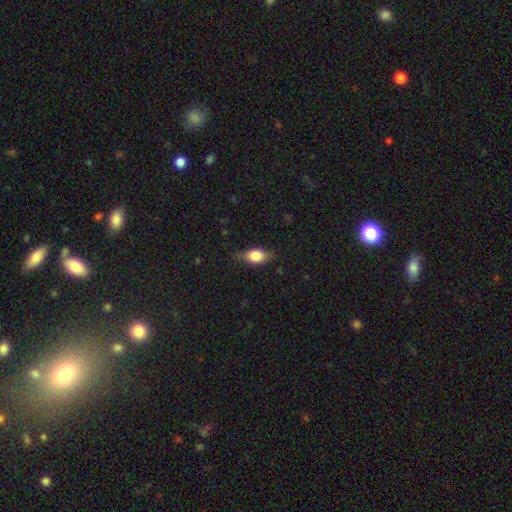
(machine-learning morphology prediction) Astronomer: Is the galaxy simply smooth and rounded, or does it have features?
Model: smooth — 75%.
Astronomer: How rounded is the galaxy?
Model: in between — 81%.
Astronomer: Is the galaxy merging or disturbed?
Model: none — 71%.